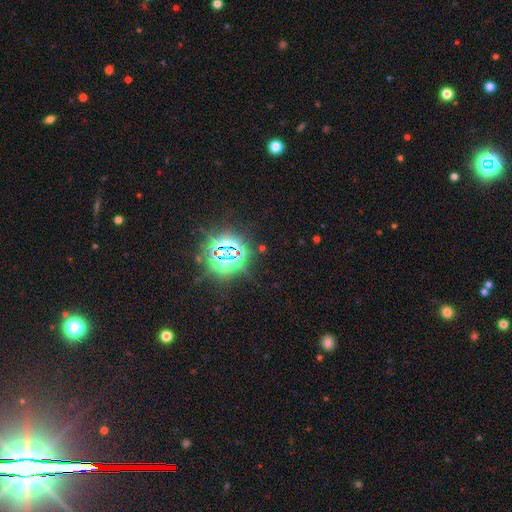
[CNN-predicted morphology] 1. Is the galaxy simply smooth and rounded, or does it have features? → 82% star or artifact, 11% smooth, 7% featured or disk.